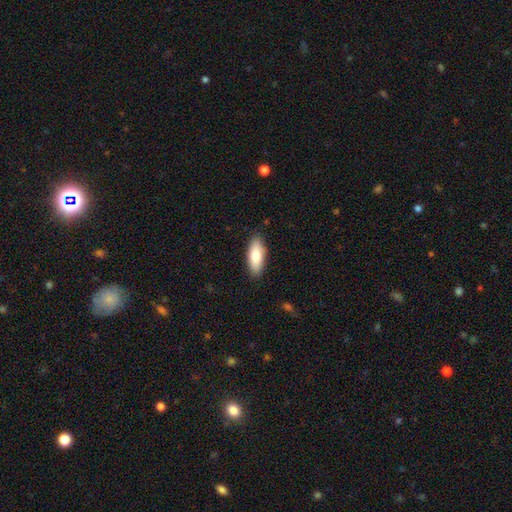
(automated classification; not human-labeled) A smooth galaxy with no disk features (78%) that is in between round and cigar-shaped (74%).

Vote fractions:
- Smooth or featured? smooth: 78% / featured or disk: 16% / star or artifact: 6%
- How rounded? in between: 74% / cigar-shaped: 24% / round: 2%
- Merging? none: 87% / minor disturbance: 10% / major disturbance: 2% / merger: 1%